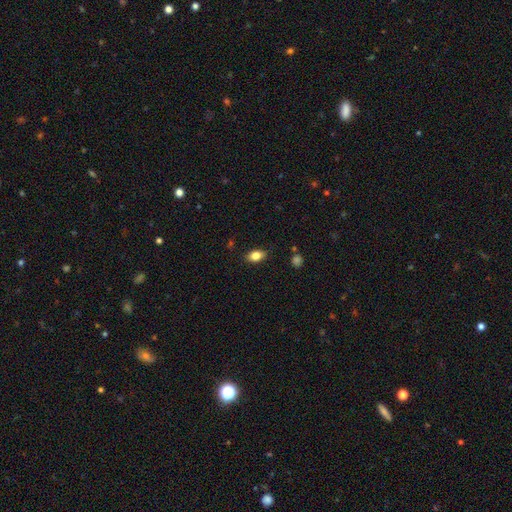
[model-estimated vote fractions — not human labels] A smooth galaxy with no disk features (82%) that is in between round and cigar-shaped (83%). Merging: none (83%).